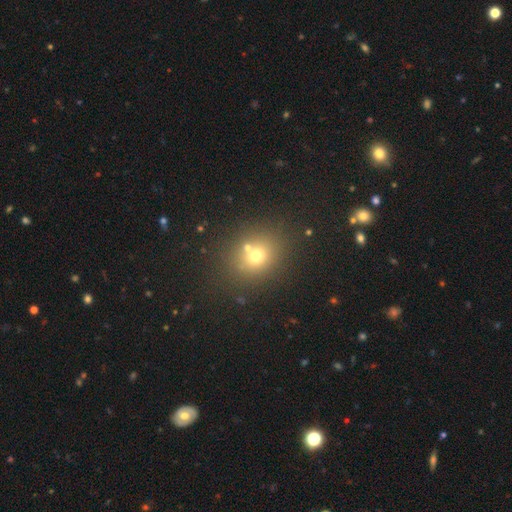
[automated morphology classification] smooth-or-featured: smooth: 65% | star or artifact: 20% | featured or disk: 14%
  how-rounded: round: 64% | in between: 35% | cigar-shaped: 1%
  merging: none: 64% | merger: 22% | minor disturbance: 9% | major disturbance: 4%